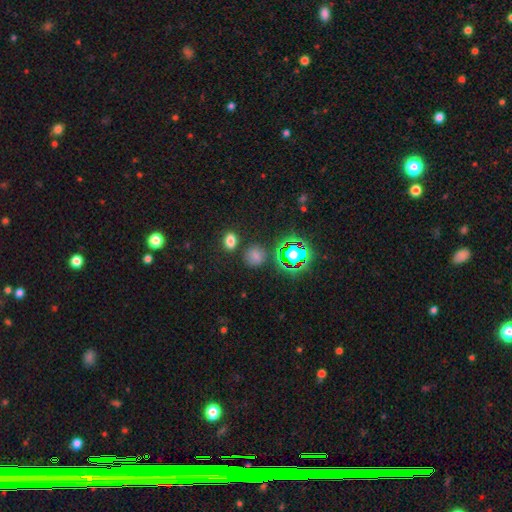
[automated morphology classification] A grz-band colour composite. It shows a smooth galaxy with no disk features (64%) that is round (75%). Merging: none (80%).